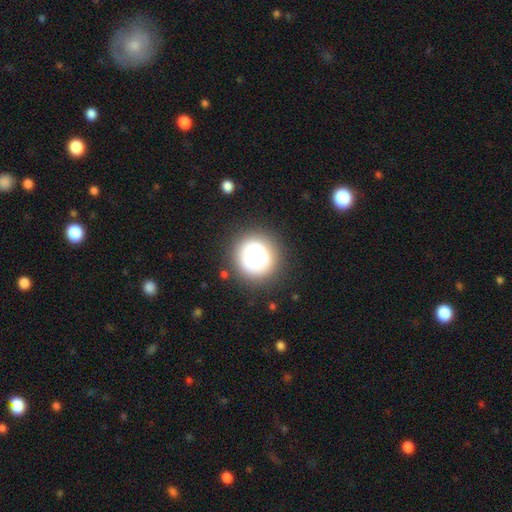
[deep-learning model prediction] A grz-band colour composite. It shows a smooth galaxy with no disk features (76%) that is round (90%). Merging: none (71%).